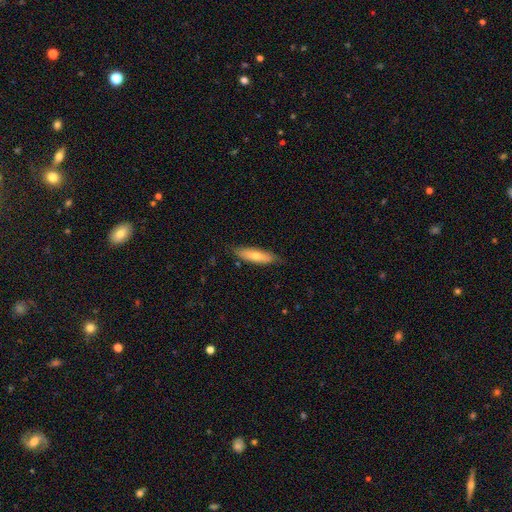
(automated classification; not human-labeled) smooth_or_featured: smooth (p=0.66) [alt: featured or disk p=0.28]
how_rounded: cigar-shaped (p=0.65) [alt: in between p=0.33]
merging: none (p=0.80) [alt: minor disturbance p=0.16]